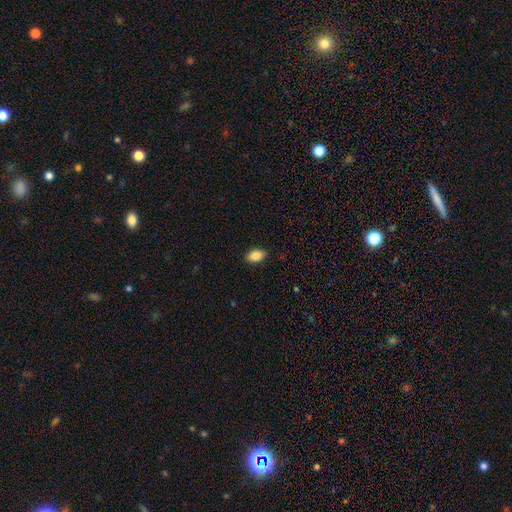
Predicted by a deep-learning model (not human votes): This is clearly a smooth galaxy (86%). How rounded: clearly in between (91%). Merging: clearly none (89%).